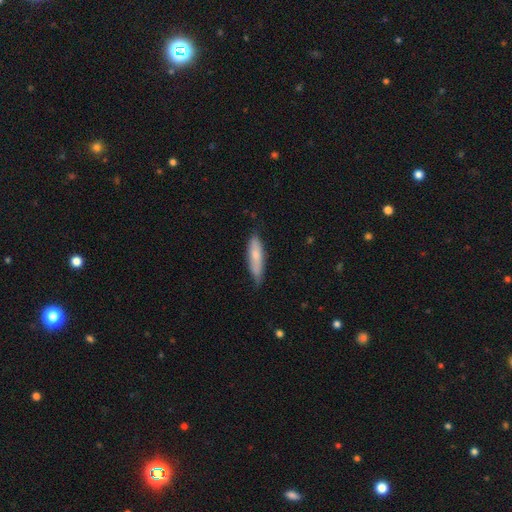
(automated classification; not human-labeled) Q: Smooth or featured?
A: smooth (72%); runner-up: featured or disk (22%)
Q: How rounded?
A: cigar-shaped (72%); runner-up: in between (26%)
Q: Merging?
A: none (72%); runner-up: minor disturbance (23%)